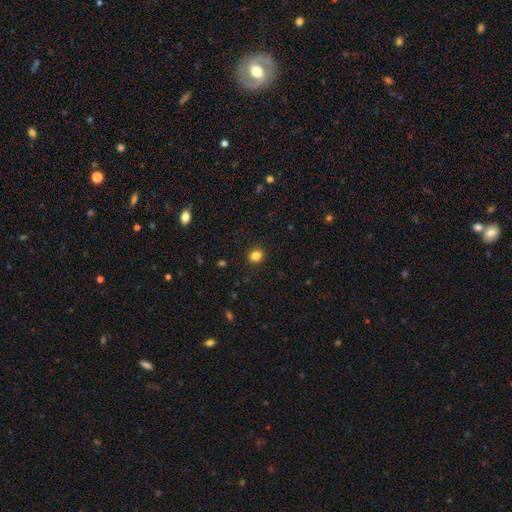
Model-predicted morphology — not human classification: A smooth galaxy with no disk features (83%) that is round (84%).

Vote fractions:
- Smooth or featured? smooth: 83% / star or artifact: 12% / featured or disk: 5%
- How rounded? round: 84% / in between: 15% / cigar-shaped: 1%
- Merging? none: 90% / minor disturbance: 7% / major disturbance: 2% / merger: 1%